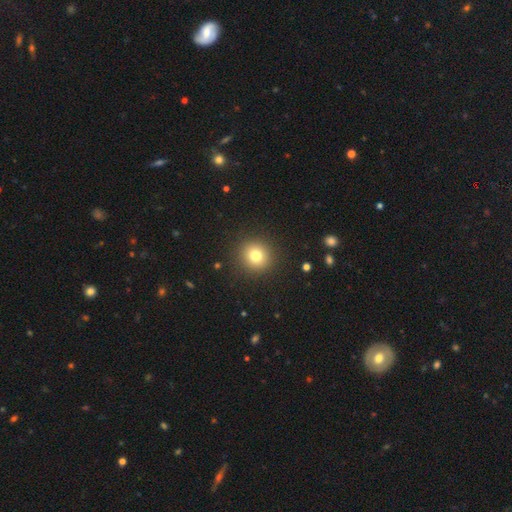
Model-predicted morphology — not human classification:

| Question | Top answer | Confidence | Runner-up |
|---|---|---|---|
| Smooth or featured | smooth | 78% | star or artifact (13%) |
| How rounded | round | 92% | in between (7%) |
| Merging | none | 91% | minor disturbance (6%) |